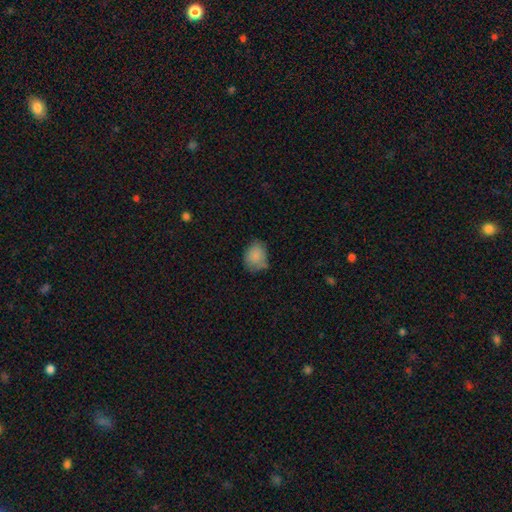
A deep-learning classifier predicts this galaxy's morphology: Smooth or featured: smooth — 84% (star or artifact — 8%)
How rounded: round — 50% (in between — 49%)
Merging: none — 58% (minor disturbance — 31%)